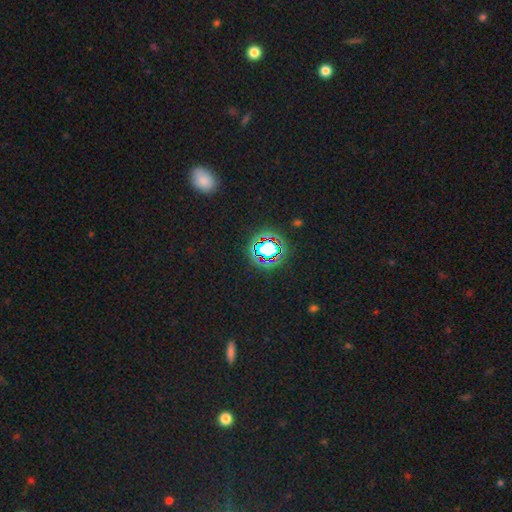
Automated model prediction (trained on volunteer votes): This is likely a star or artifact rather than a galaxy (77%).